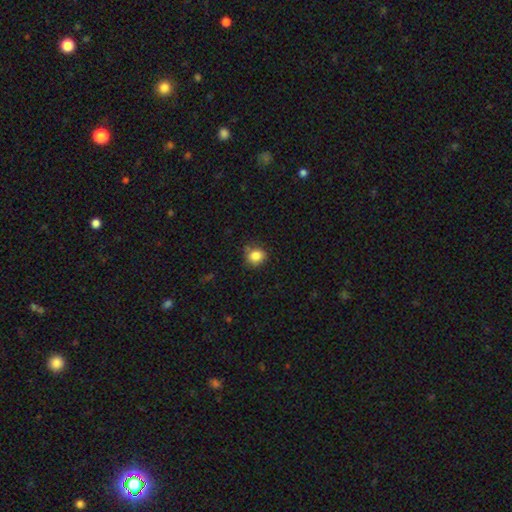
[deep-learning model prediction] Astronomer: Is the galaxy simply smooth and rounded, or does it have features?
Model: smooth — 83%.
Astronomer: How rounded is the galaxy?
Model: round — 80%.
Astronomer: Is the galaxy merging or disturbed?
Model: none — 74%.